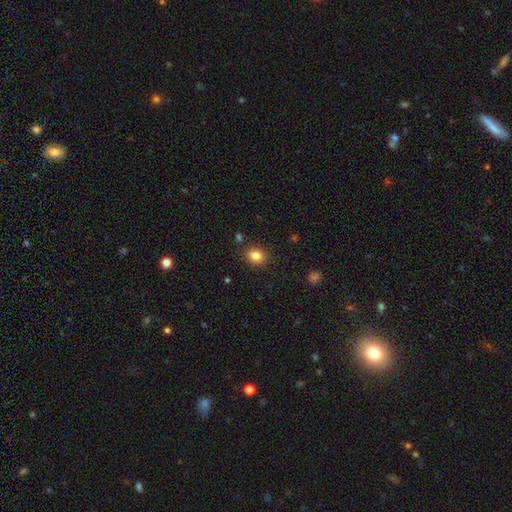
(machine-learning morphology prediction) Smooth or featured?
  - smooth: 84% *
  - star or artifact: 11%
  - featured or disk: 6%
How rounded?
  - round: 63% *
  - in between: 36%
  - cigar-shaped: 1%
Merging?
  - none: 86% *
  - minor disturbance: 9%
  - merger: 3%
  - major disturbance: 2%